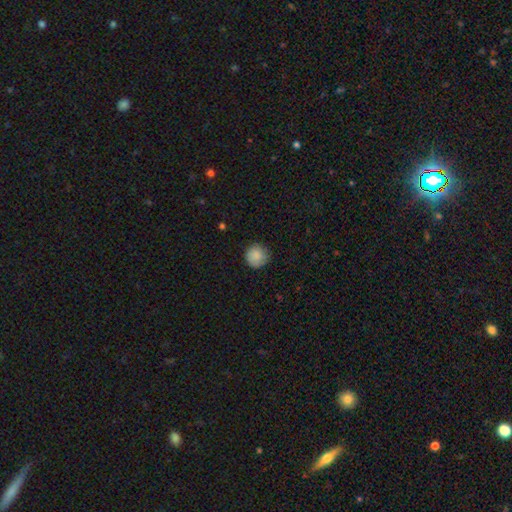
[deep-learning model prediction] The model was most divided on "merging": none: 83%, minor disturbance: 13%, major disturbance: 3%, merger: 1%. More confident: how rounded — round (95%); smooth or featured — smooth (86%).